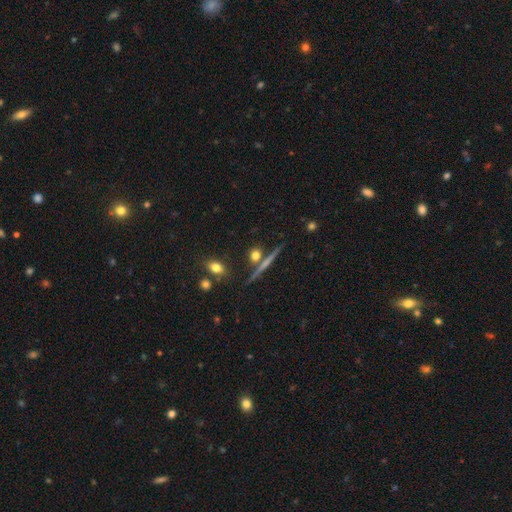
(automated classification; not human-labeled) This appears to be a smooth galaxy with no disk features (57%) that is round (50%). Merging: none (76%).